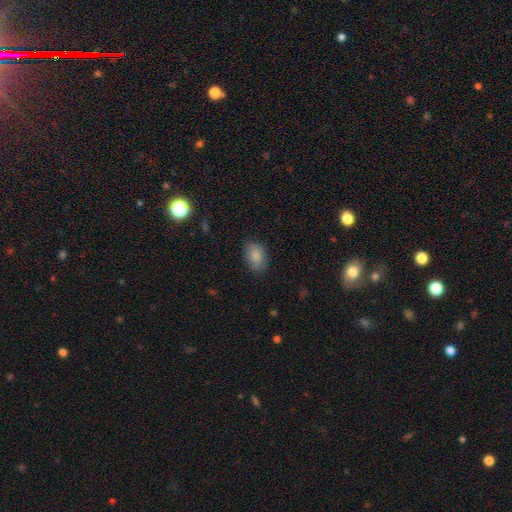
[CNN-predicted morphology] Overall: smooth (87%). How rounded: in between (88%). Merging: none (84%).